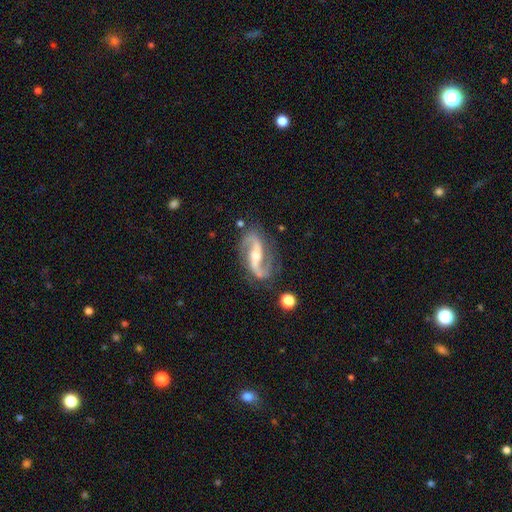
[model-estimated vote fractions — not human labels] Smooth or featured? featured or disk (92%)
Edge-on disk? no (96%)
Bar? strong (38%)
Spiral arms? yes (98%)
Spiral winding? loose (52%)
Spiral arm count? 2 (94%)
Bulge size? moderate (54%)
Merging? none (79%)